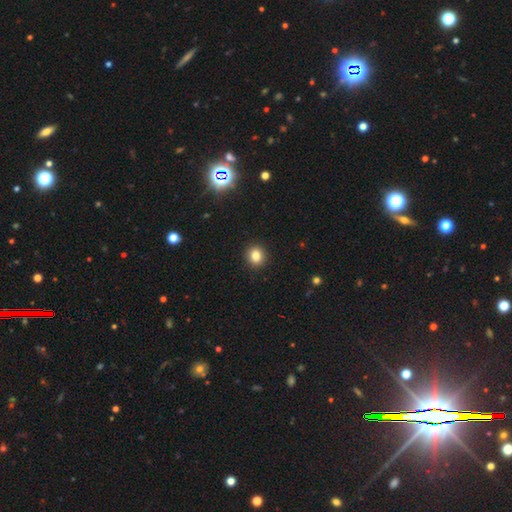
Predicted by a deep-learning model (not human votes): smooth 82%, star or artifact 12%, featured or disk 6%. Down the decision tree: how rounded — round (81%); merging — none (92%).